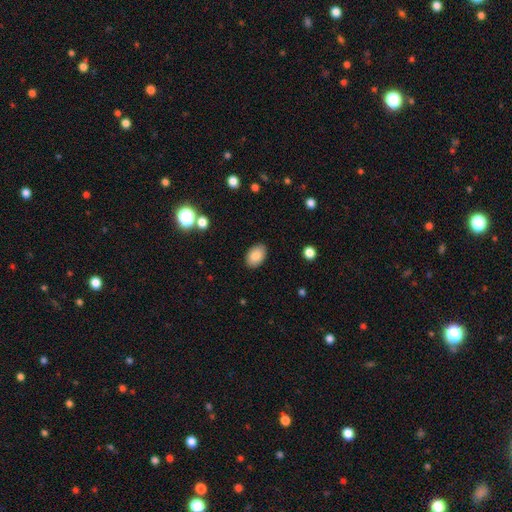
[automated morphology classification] smooth_or_featured: smooth (p=0.86) [alt: star or artifact p=0.08]
how_rounded: in between (p=0.89) [alt: round p=0.10]
merging: none (p=0.87) [alt: minor disturbance p=0.09]